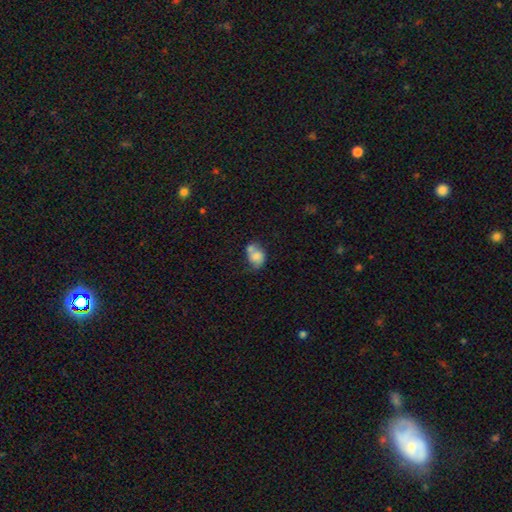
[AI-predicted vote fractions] A smooth galaxy with no disk features (63%) that is in between round and cigar-shaped (65%).

Vote fractions:
- Smooth or featured? smooth: 63% / featured or disk: 27% / star or artifact: 9%
- How rounded? in between: 65% / round: 34% / cigar-shaped: 1%
- Merging? merger: 45% / none: 27% / minor disturbance: 18% / major disturbance: 10%